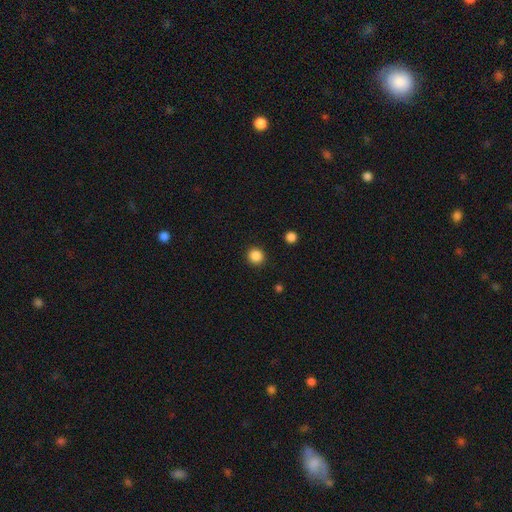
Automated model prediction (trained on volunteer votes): Overall: smooth (86%). How rounded: round (93%). Merging: none (92%).